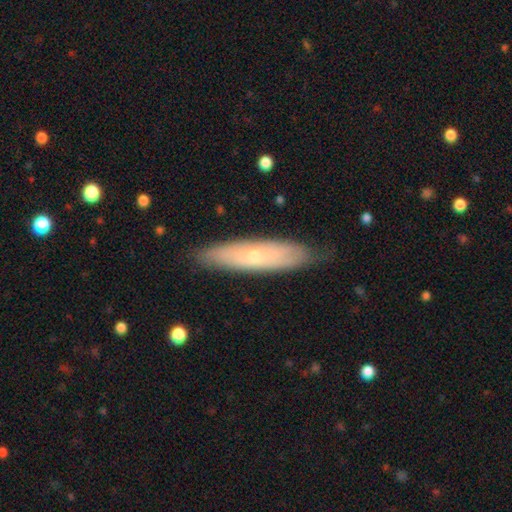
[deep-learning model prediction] Morphology: type=smooth (48%); merging=none (80%).